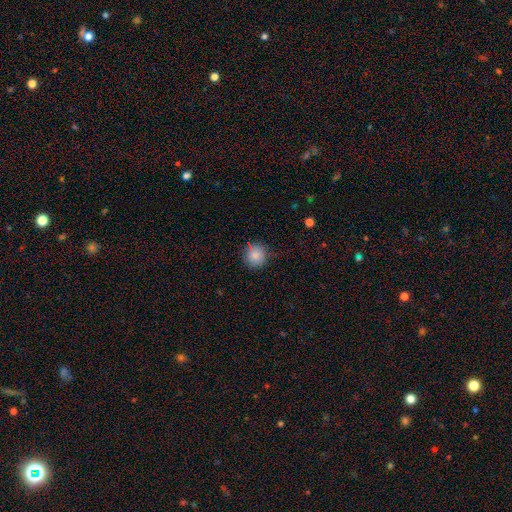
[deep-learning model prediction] This appears to be a smooth galaxy with no disk features (85%) that is round (92%). Merging: none (81%).